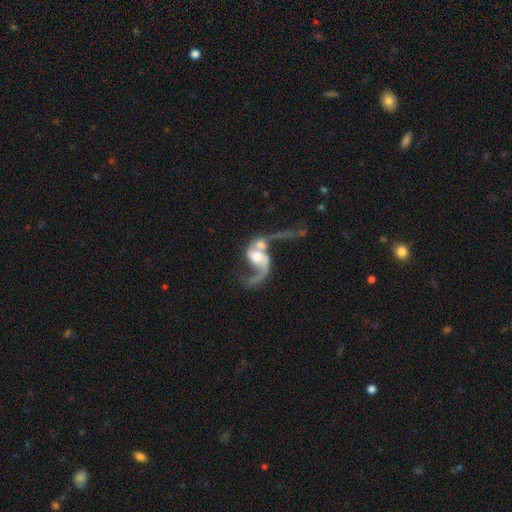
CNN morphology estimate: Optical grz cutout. It shows a featured or disk galaxy (82%) with no bar (56%), 2 (72%) loose (83%) spiral arms (91%) and a large central bulge (35%). Merging: merger (51%).